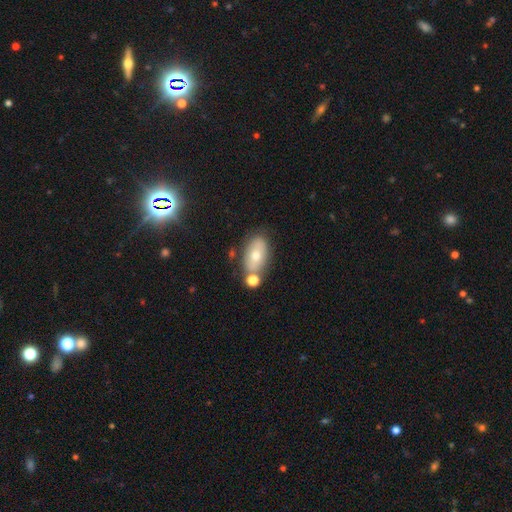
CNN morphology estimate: The model was most divided on "smooth or featured": smooth: 58%, featured or disk: 30%, star or artifact: 11%. More confident: how rounded — in between (90%); merging — none (67%).